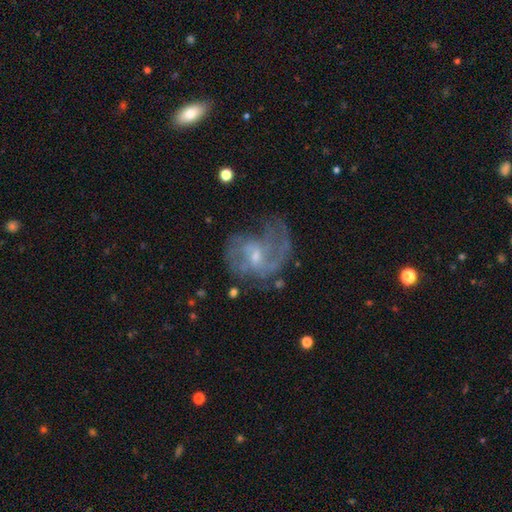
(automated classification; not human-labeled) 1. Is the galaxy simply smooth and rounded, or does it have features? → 78% featured or disk, 13% smooth, 9% star or artifact.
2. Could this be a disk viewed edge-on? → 98% no, 2% yes.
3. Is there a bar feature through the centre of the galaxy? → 48% weak, 45% no, 8% strong.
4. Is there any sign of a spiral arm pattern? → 85% yes, 15% no.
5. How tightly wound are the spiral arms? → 43% medium, 36% loose, 21% tight.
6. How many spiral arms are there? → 39% 2, 24% can't tell, 21% 1, 10% 3, 3% 4, 3% more than 4.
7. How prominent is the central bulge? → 57% small, 34% moderate, 6% none, 2% large, 1% dominant.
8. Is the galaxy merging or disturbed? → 47% none, 30% major disturbance, 20% minor disturbance, 3% merger.